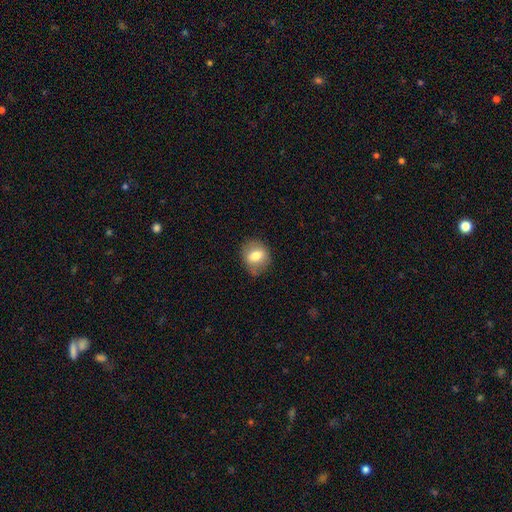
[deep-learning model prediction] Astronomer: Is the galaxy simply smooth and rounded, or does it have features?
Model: smooth — 71%.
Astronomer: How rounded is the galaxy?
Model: round — 58% (runner-up: in between, 41%).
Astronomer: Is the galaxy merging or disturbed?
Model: none — 75%.